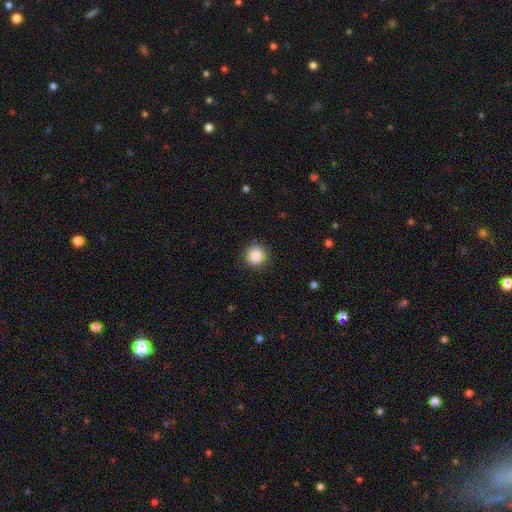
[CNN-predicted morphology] Smooth or featured: smooth — 88% (star or artifact — 9%)
How rounded: round — 94% (in between — 5%)
Merging: none — 89% (minor disturbance — 8%)